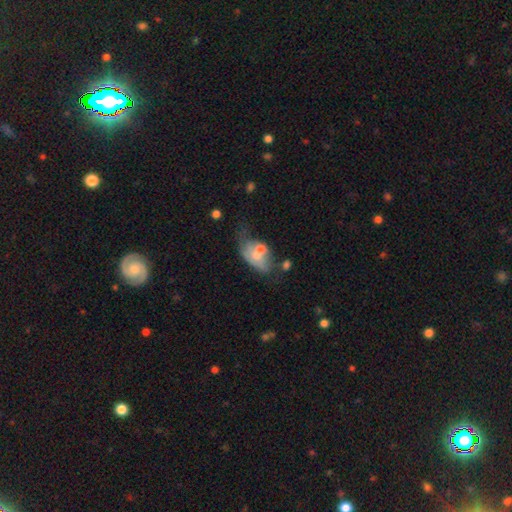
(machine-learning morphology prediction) A smooth galaxy with no disk features (52%) that is in between round and cigar-shaped (87%). Merging: major disturbance (29%).